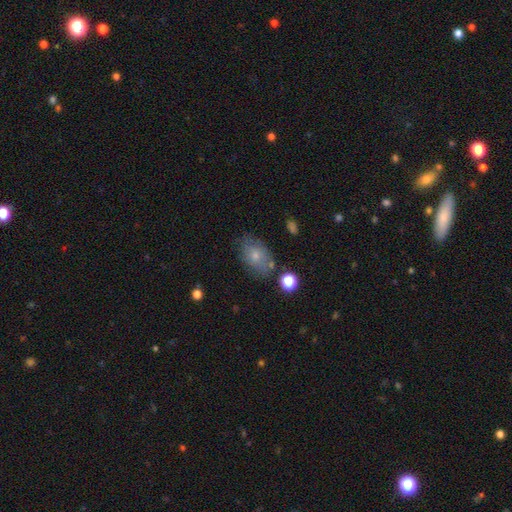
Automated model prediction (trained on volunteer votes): A smooth galaxy with no disk features (70%) that is in between round and cigar-shaped (81%). Merging: none (66%).